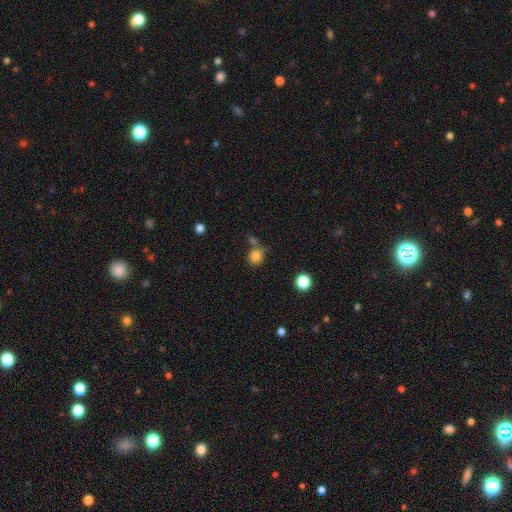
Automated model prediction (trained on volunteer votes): This appears to be a smooth galaxy with no disk features (82%) that is round (83%). Merging: none (61%).